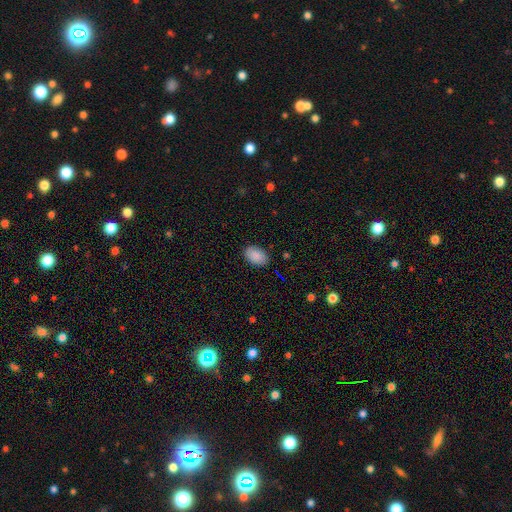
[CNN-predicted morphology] A smooth galaxy with no disk features (89%) that is in between round and cigar-shaped (89%). Merging: none (86%).